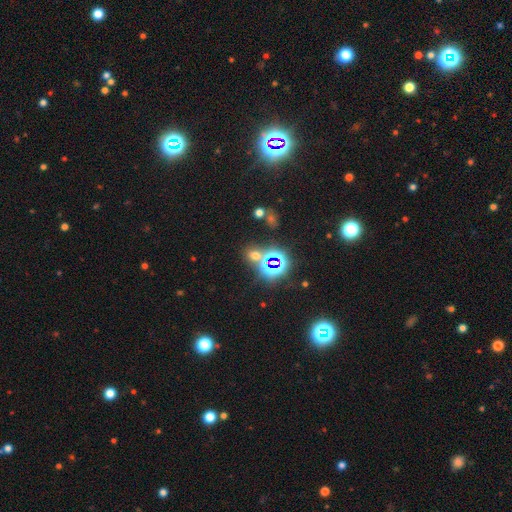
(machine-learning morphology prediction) smooth-or-featured: star or artifact: 53% | smooth: 40% | featured or disk: 8%